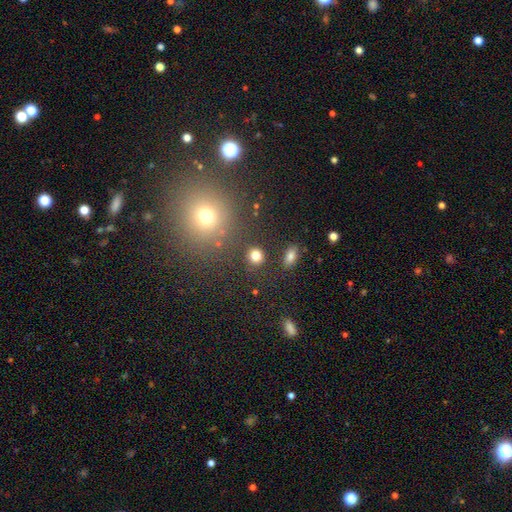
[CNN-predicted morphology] Smooth or featured: smooth — 81% (star or artifact — 13%)
How rounded: round — 84% (in between — 15%)
Merging: none — 86% (minor disturbance — 7%)